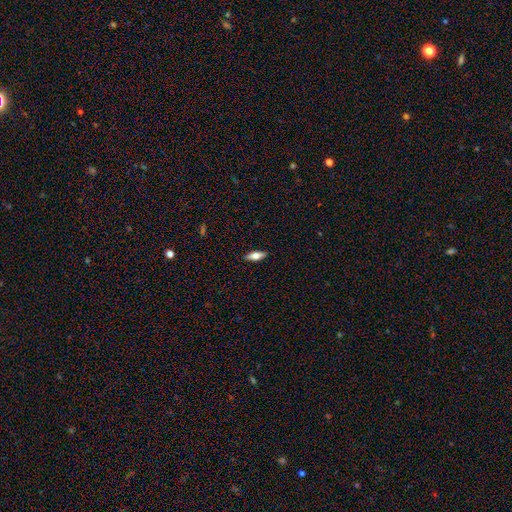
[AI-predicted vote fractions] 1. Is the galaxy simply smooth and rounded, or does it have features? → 61% smooth, 32% featured or disk, 7% star or artifact.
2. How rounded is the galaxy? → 61% in between, 36% cigar-shaped, 3% round.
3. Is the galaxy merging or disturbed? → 89% none, 8% minor disturbance, 2% major disturbance, 1% merger.